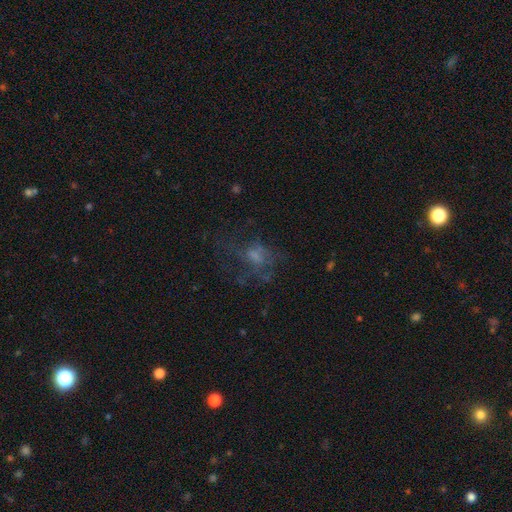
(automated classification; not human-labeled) Overall: featured or disk (43%; smooth 37%). Merging: none (42%; major disturbance 37%).